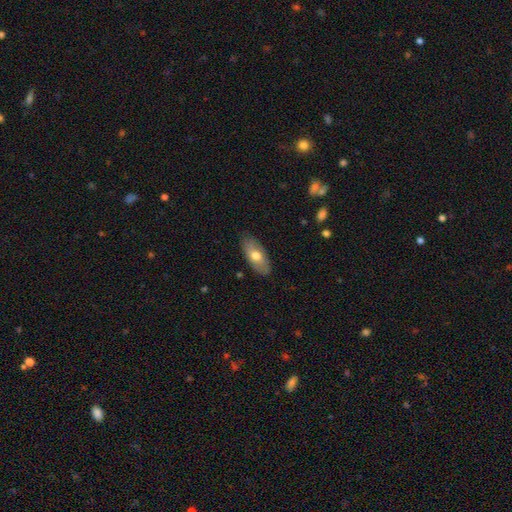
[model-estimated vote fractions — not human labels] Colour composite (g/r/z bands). It shows a smooth galaxy with no disk features (66%) that is in between round and cigar-shaped (89%). Merging: none (83%).